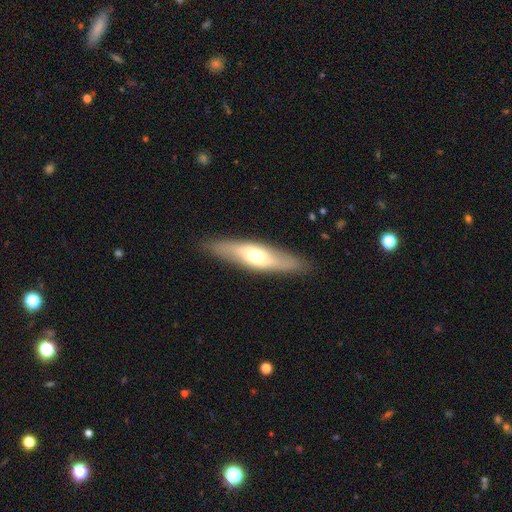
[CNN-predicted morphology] This is possibly a featured or disk galaxy (48%). Merging: clearly none (88%).